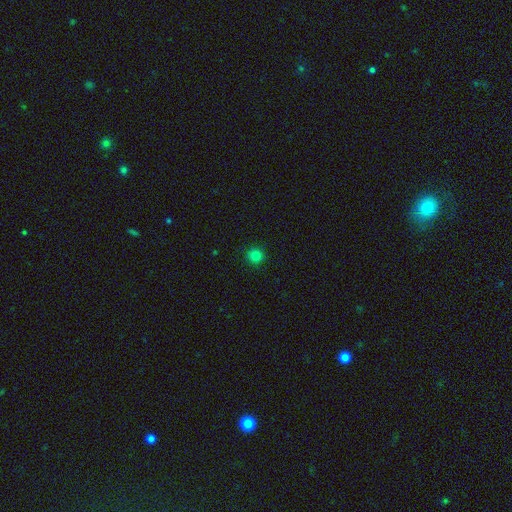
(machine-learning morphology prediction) Overall: smooth (82%). How rounded: round (95%). Merging: none (93%).